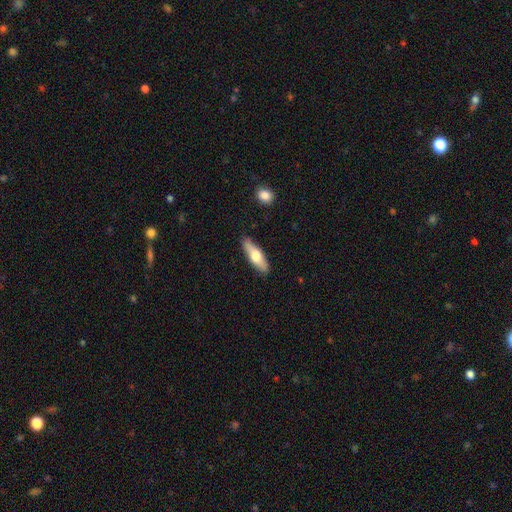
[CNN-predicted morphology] Q: Smooth or featured?
A: smooth (56%); runner-up: featured or disk (38%)
Q: How rounded?
A: cigar-shaped (54%); runner-up: in between (44%)
Q: Merging?
A: none (86%); runner-up: minor disturbance (10%)